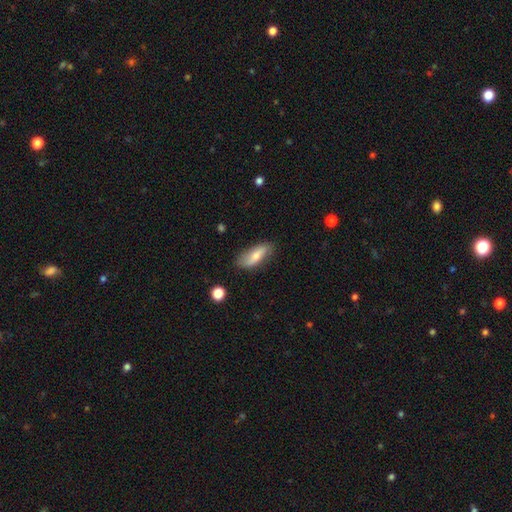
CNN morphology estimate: smooth-or-featured: smooth: 62% | featured or disk: 31% | star or artifact: 6%
  how-rounded: in between: 71% | cigar-shaped: 26% | round: 3%
  merging: none: 77% | minor disturbance: 18% | major disturbance: 4% | merger: 2%